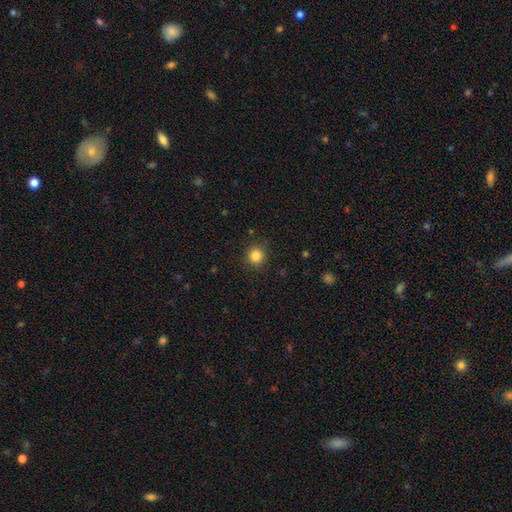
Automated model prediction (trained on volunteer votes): A smooth galaxy with no disk features (84%) that is round (92%). Merging: none (89%).